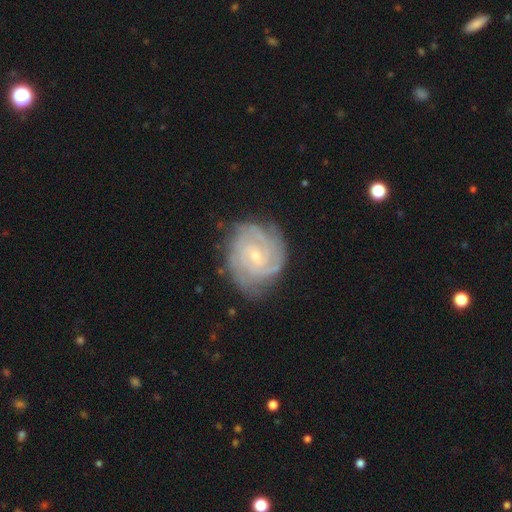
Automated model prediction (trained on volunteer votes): featured or disk 78%, smooth 14%, star or artifact 9%. Down the decision tree: edge-on disk — no (97%); bar — no (56%); spiral arms — yes (95%); spiral arm count — can't tell (34%); spiral winding — tight (69%); bulge size — small (71%); merging — none (76%).